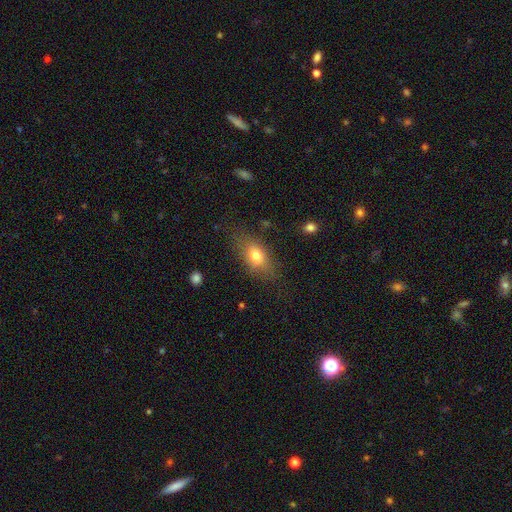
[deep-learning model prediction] Q: Smooth or featured?
A: smooth (73%); runner-up: featured or disk (17%)
Q: How rounded?
A: in between (79%); runner-up: round (13%)
Q: Merging?
A: none (72%); runner-up: minor disturbance (18%)